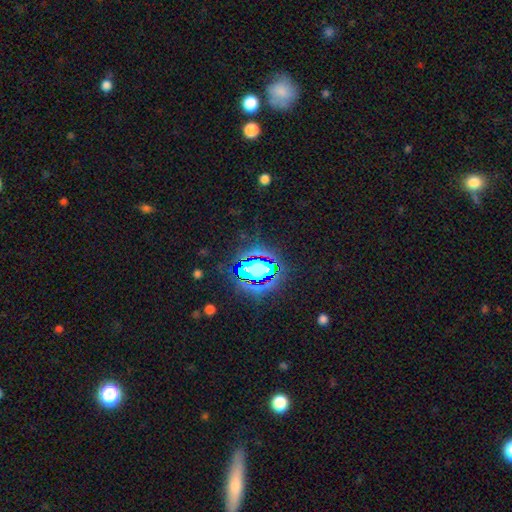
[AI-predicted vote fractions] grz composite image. It shows a star or artifact, not a galaxy (74%).